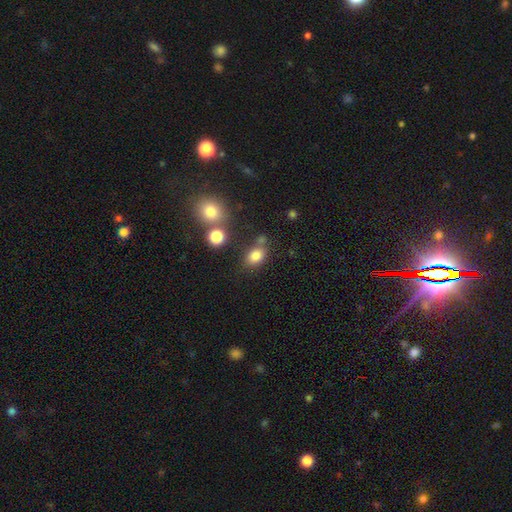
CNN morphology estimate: This appears to be a smooth galaxy with no disk features (82%) that is in between round and cigar-shaped (73%). Merging: none (66%).